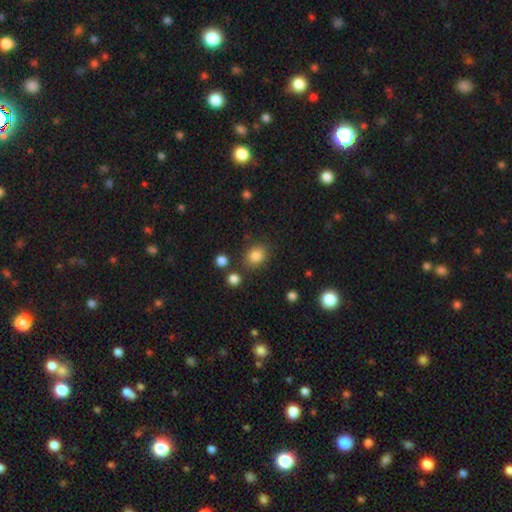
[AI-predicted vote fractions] Overall: smooth (84%). How rounded: round (57%; in between 42%). Merging: none (80%).